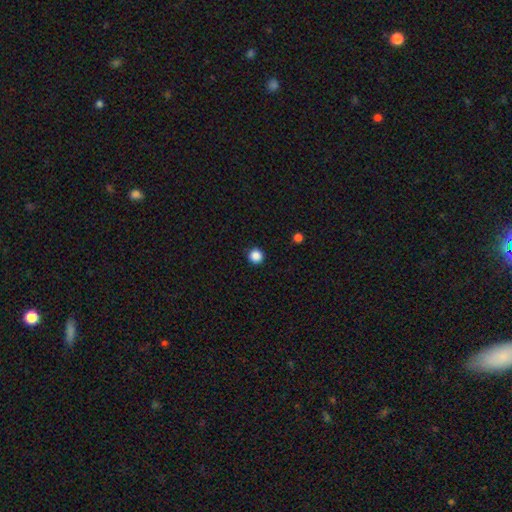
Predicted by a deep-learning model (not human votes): A smooth galaxy with no disk features (87%) that is round (95%). Merging: none (92%).